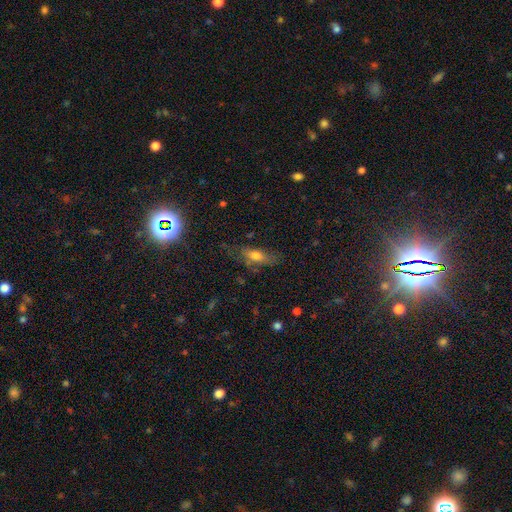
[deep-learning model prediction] A smooth galaxy with no disk features (64%) that is in between round and cigar-shaped (64%).

Vote fractions:
- Smooth or featured? smooth: 64% / featured or disk: 25% / star or artifact: 11%
- How rounded? in between: 64% / cigar-shaped: 32% / round: 4%
- Merging? none: 57% / minor disturbance: 26% / major disturbance: 13% / merger: 3%